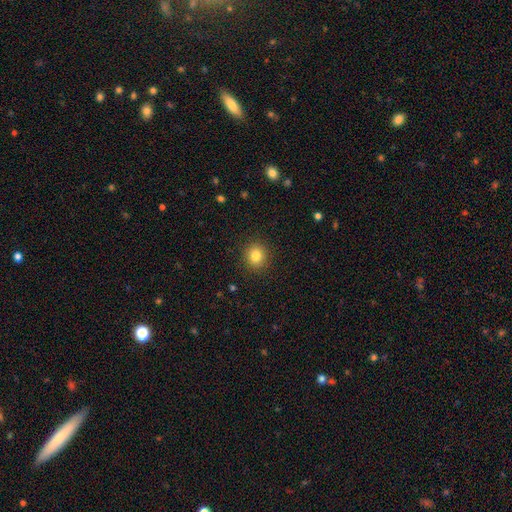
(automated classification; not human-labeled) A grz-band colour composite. It shows a smooth galaxy with no disk features (83%) that is round (81%). Merging: none (90%).